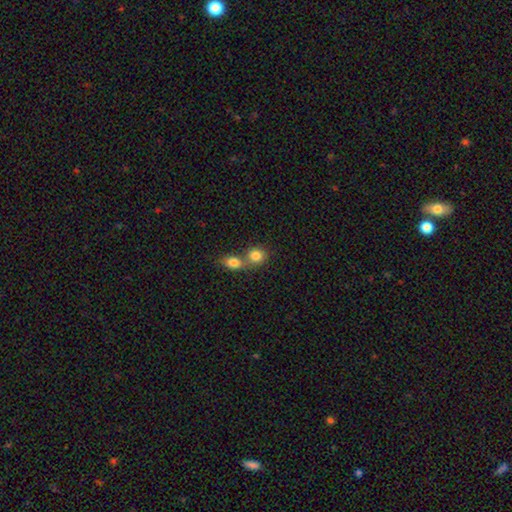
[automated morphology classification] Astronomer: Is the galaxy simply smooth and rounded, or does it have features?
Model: smooth — 83%.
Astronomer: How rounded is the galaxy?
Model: round — 71%.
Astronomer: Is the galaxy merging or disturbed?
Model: merger — 56% (runner-up: none, 35%).